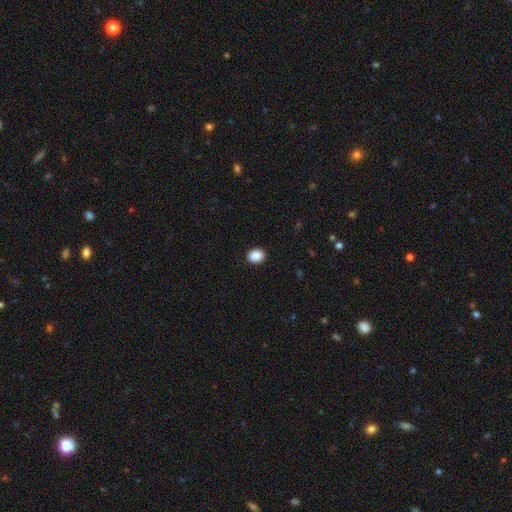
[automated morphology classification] smooth 89%, star or artifact 8%, featured or disk 2%. Down the decision tree: how rounded — in between (59%); merging — none (90%).